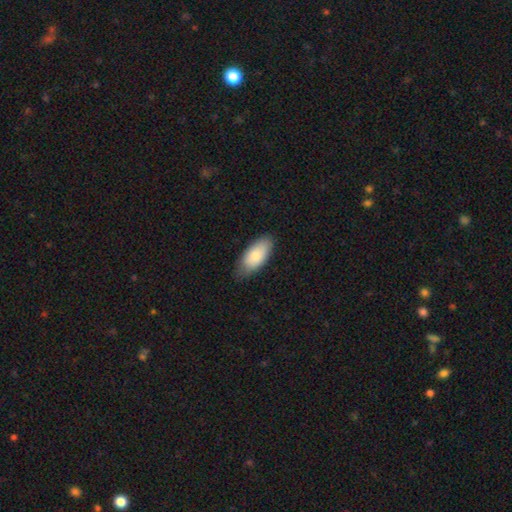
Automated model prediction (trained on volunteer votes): smooth 84%, featured or disk 11%, star or artifact 6%. Down the decision tree: how rounded — in between (90%); merging — none (76%).